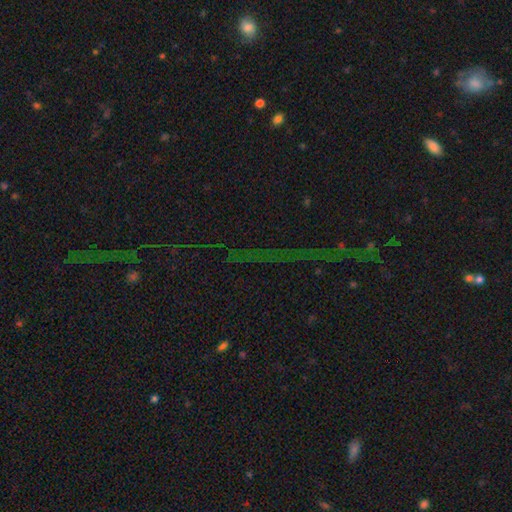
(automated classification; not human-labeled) This is likely a star or artifact rather than a galaxy (76%).